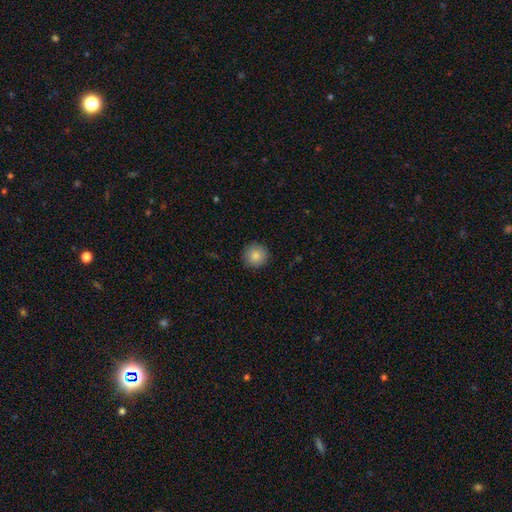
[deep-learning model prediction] smooth-or-featured: smooth: 85% | star or artifact: 9% | featured or disk: 6%
  how-rounded: round: 95% | in between: 4% | cigar-shaped: 1%
  merging: none: 92% | minor disturbance: 6% | major disturbance: 2% | merger: 1%